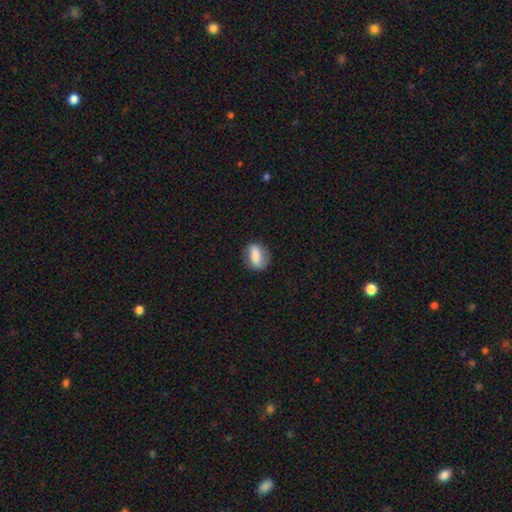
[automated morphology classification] This is likely a smooth galaxy (68%). How rounded: likely in between (70%). Merging: likely none (75%).